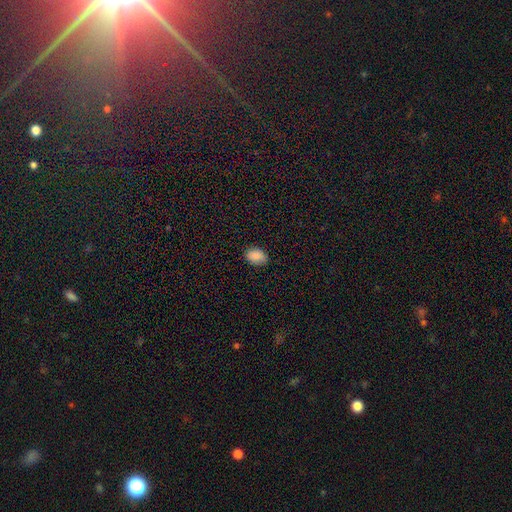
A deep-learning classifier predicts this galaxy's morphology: Q: Smooth or featured?
A: smooth (88%); runner-up: star or artifact (8%)
Q: How rounded?
A: in between (82%); runner-up: round (17%)
Q: Merging?
A: none (84%); runner-up: minor disturbance (13%)